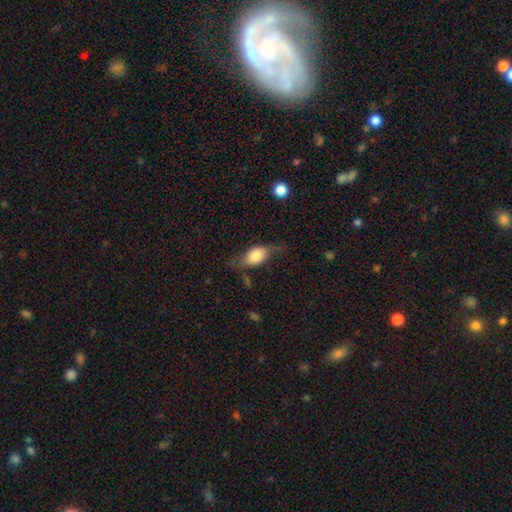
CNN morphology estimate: Smooth or featured?
  - smooth: 66% *
  - featured or disk: 27%
  - star or artifact: 8%
How rounded?
  - in between: 83% *
  - round: 9%
  - cigar-shaped: 8%
Merging?
  - none: 52% *
  - minor disturbance: 29%
  - major disturbance: 17%
  - merger: 3%